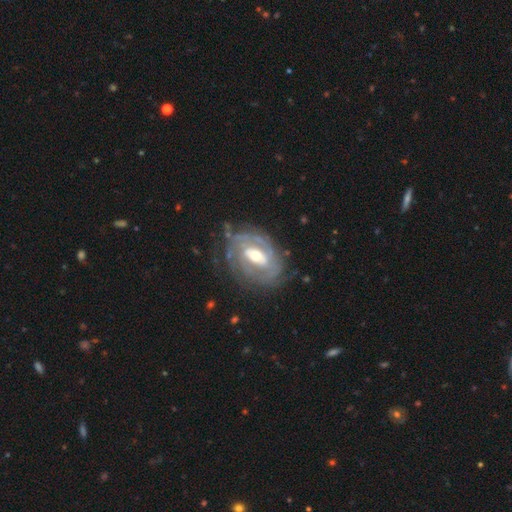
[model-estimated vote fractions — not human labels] Smooth or featured: featured or disk — 85% (smooth — 10%)
Edge-on disk: no — 96% (yes — 4%)
Bar: weak — 40% (no — 31%)
Spiral arms: yes — 85% (no — 15%)
Spiral winding: tight — 66% (medium — 26%)
Spiral arm count: 2 — 38% (can't tell — 34%)
Bulge size: moderate — 67% (small — 24%)
Merging: none — 70% (minor disturbance — 19%)